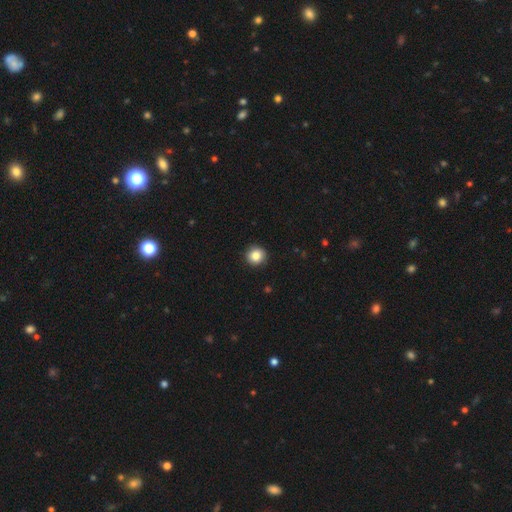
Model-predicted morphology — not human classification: smooth-or-featured: smooth: 86% | star or artifact: 9% | featured or disk: 5%
  how-rounded: round: 93% | in between: 6% | cigar-shaped: 1%
  merging: none: 91% | minor disturbance: 6% | major disturbance: 2% | merger: 1%